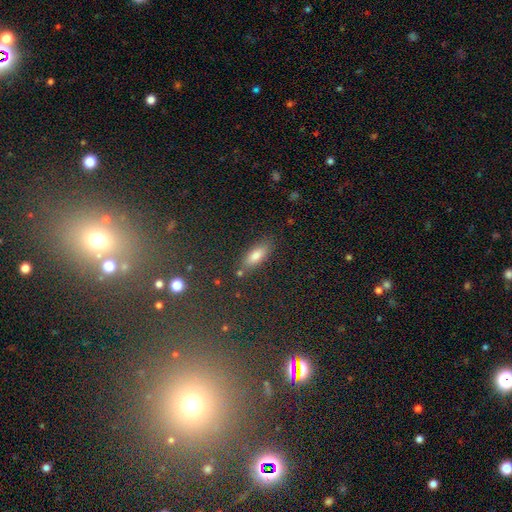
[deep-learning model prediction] This appears to be a smooth galaxy with no disk features (78%) that is in between round and cigar-shaped (69%). Merging: none (80%).